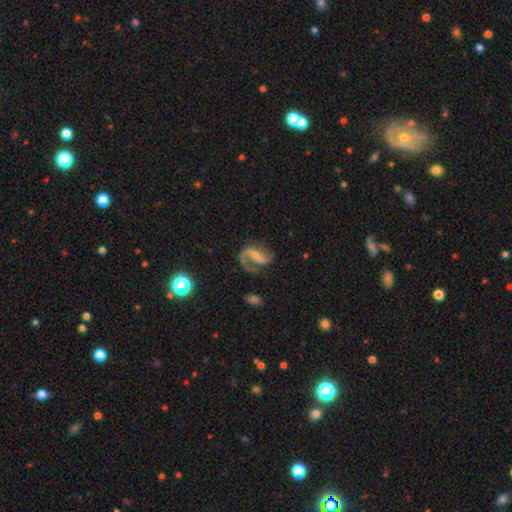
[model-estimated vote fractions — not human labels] Smooth or featured: featured or disk — 85% (smooth — 9%)
Edge-on disk: no — 98% (yes — 2%)
Bar: weak — 40% (strong — 37%)
Spiral arms: yes — 95% (no — 5%)
Spiral winding: loose — 47% (medium — 42%)
Spiral arm count: 2 — 63% (1 — 32%)
Bulge size: small — 58% (moderate — 27%)
Merging: none — 55% (major disturbance — 24%)